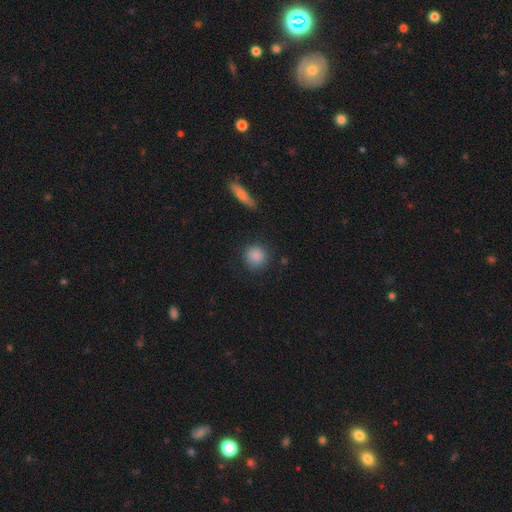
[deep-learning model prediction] Overall: smooth (87%). How rounded: round (90%). Merging: none (85%).